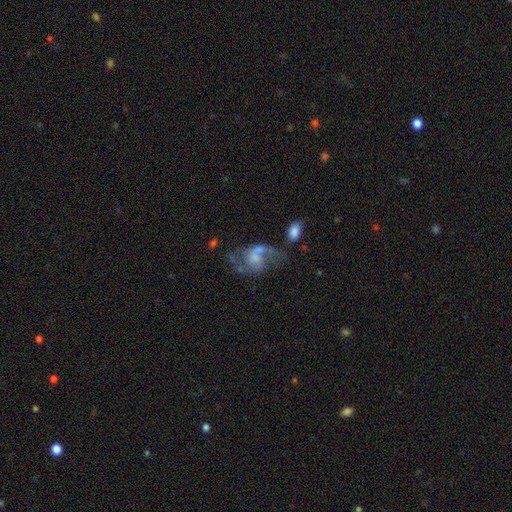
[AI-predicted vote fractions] featured or disk 67%, smooth 24%, star or artifact 10%. Down the decision tree: edge-on disk — no (98%); bar — no (67%); spiral arms — yes (76%); bulge size — none (40%); merging — major disturbance (34%).